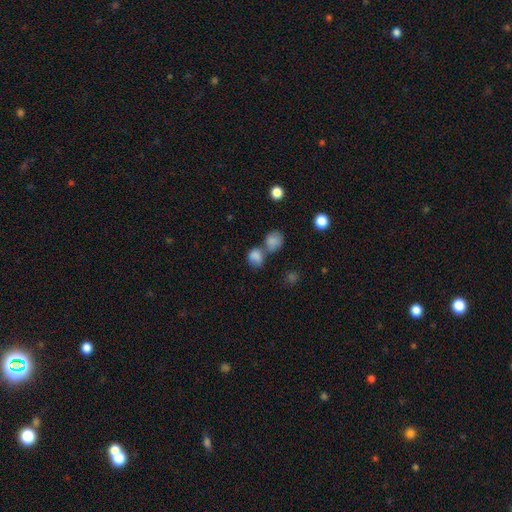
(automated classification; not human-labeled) A smooth galaxy with no disk features (80%) that is round (52%).

Vote fractions:
- Smooth or featured? smooth: 80% / star or artifact: 11% / featured or disk: 9%
- How rounded? round: 52% / in between: 47% / cigar-shaped: 2%
- Merging? merger: 56% / none: 29% / minor disturbance: 9% / major disturbance: 6%